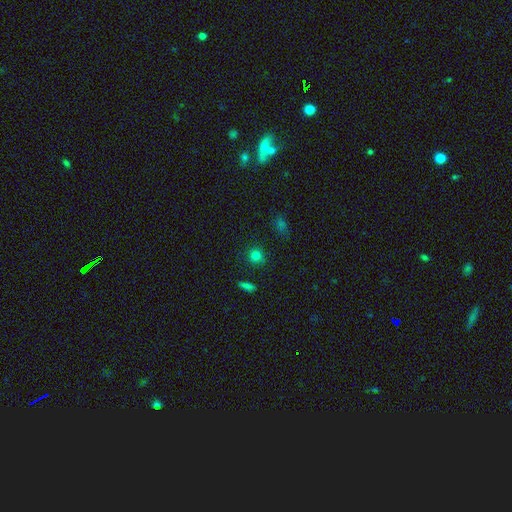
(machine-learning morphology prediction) Smooth or featured? smooth (79%)
How rounded? round (88%)
Merging? none (87%)